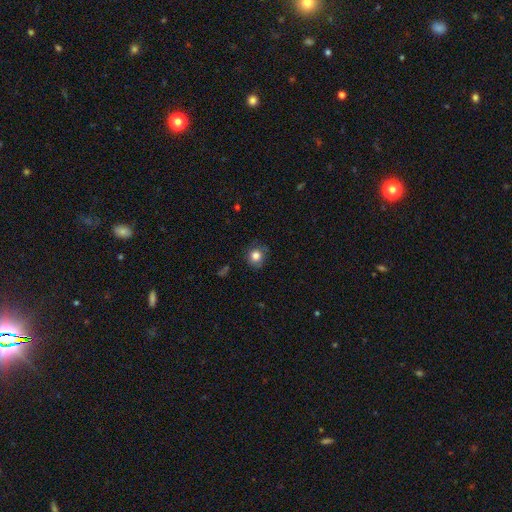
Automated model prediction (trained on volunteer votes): smooth 80%, star or artifact 10%, featured or disk 10%. Down the decision tree: how rounded — round (82%); merging — none (73%).